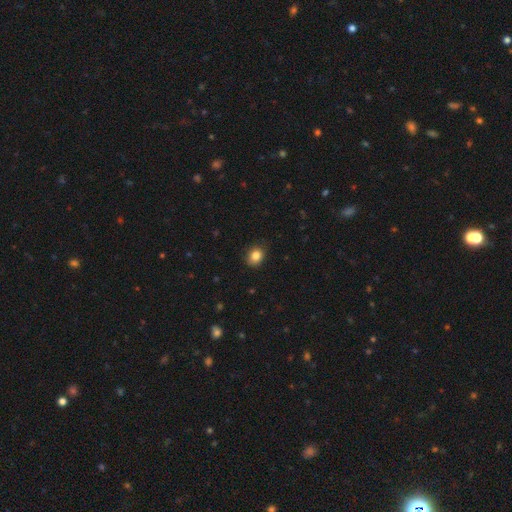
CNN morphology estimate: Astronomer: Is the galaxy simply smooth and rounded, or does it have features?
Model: smooth — 85%.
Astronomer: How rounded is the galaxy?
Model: round — 59% (runner-up: in between, 40%).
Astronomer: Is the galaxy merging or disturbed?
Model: none — 84%.